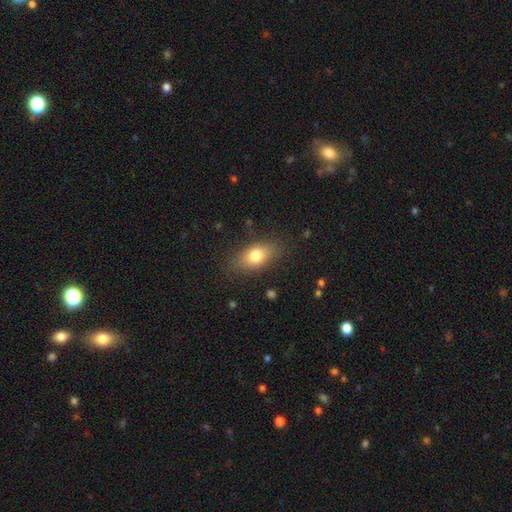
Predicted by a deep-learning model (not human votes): smooth-or-featured: smooth: 77% | featured or disk: 14% | star or artifact: 9%
  how-rounded: in between: 84% | round: 10% | cigar-shaped: 6%
  merging: none: 81% | minor disturbance: 13% | major disturbance: 5% | merger: 1%